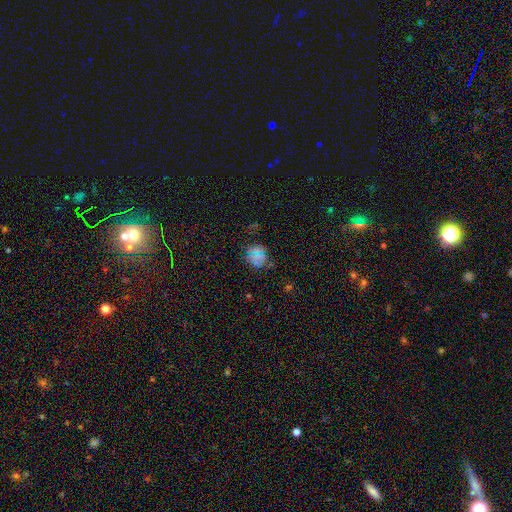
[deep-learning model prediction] smooth 58%, star or artifact 33%, featured or disk 8%. Down the decision tree: how rounded — round (83%); merging — none (82%).